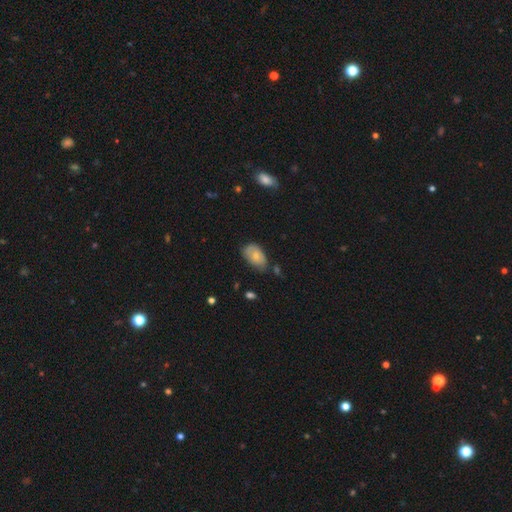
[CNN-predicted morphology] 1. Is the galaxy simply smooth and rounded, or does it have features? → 71% smooth, 22% featured or disk, 7% star or artifact.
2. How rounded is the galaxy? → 92% in between, 7% round, 2% cigar-shaped.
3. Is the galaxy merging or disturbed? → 53% none, 36% minor disturbance, 8% major disturbance, 4% merger.